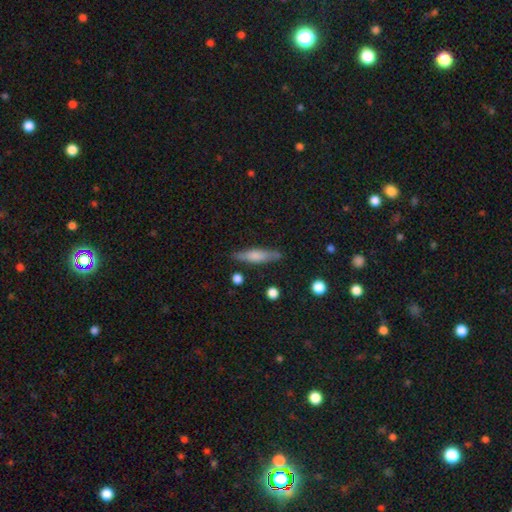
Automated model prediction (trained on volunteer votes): Smooth or featured? Predicted: smooth (p=0.58). How rounded? Predicted: cigar-shaped (p=0.80). Merging? Predicted: none (p=0.84).